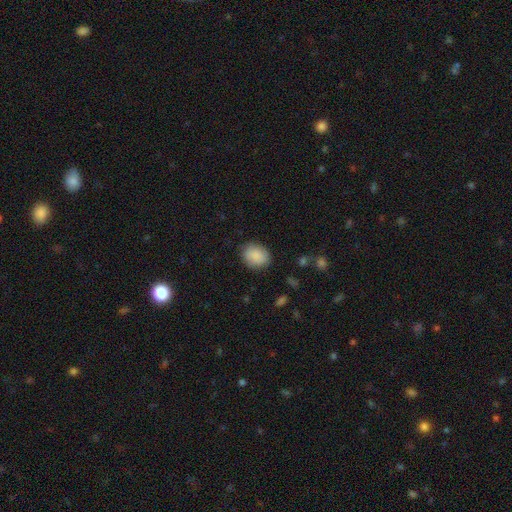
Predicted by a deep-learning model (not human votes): Q: Smooth or featured?
A: smooth (87%); runner-up: star or artifact (7%)
Q: How rounded?
A: in between (50%); runner-up: round (49%)
Q: Merging?
A: none (82%); runner-up: minor disturbance (13%)